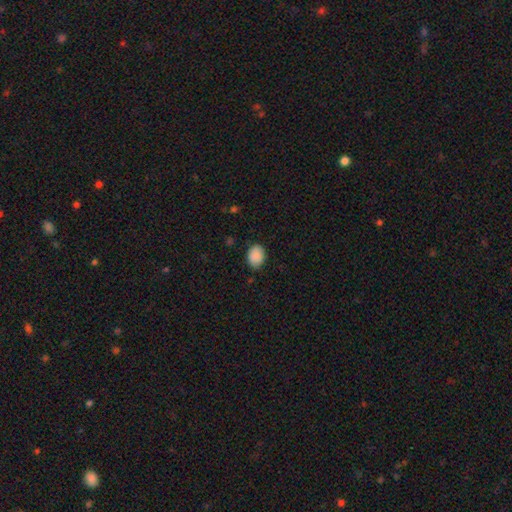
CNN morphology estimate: smooth-or-featured: smooth: 89% | star or artifact: 7% | featured or disk: 3%
  how-rounded: in between: 64% | round: 35% | cigar-shaped: 1%
  merging: none: 81% | minor disturbance: 15% | major disturbance: 3% | merger: 1%